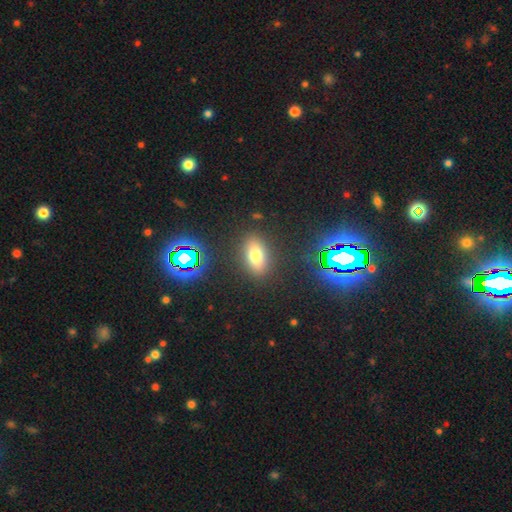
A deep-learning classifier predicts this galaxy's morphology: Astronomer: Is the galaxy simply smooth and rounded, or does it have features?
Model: smooth — 70%.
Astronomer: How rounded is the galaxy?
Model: in between — 83%.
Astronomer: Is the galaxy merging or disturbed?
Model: none — 86%.